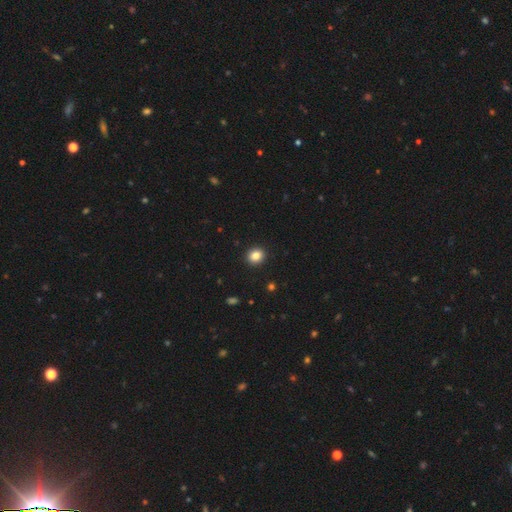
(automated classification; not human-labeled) Morphology: type=smooth (84%); roundness=round (78%); merging=none (93%).